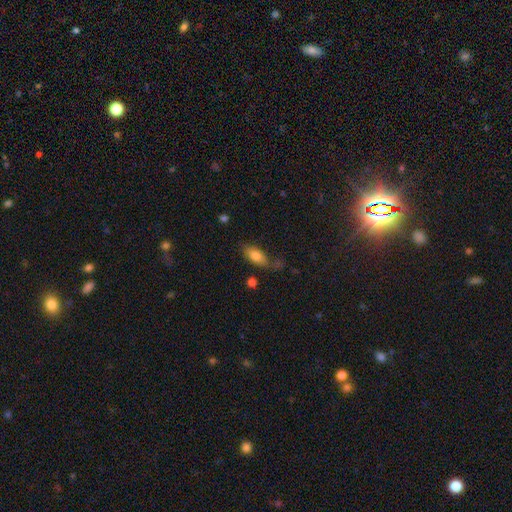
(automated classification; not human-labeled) The model was most divided on "merging": none: 64%, minor disturbance: 22%, major disturbance: 7%, merger: 7%. More confident: how rounded — in between (86%); smooth or featured — smooth (79%).